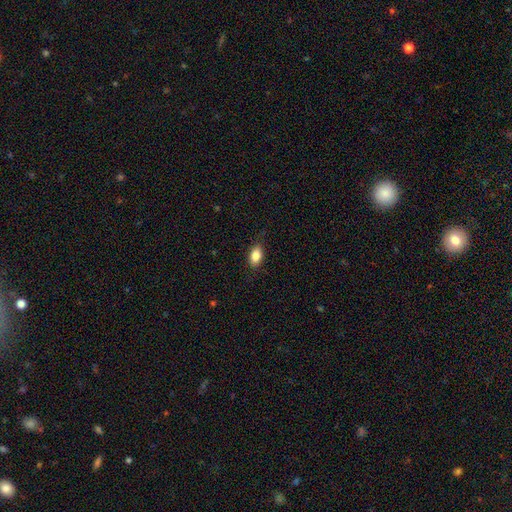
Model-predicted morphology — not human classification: Smooth or featured?
  - smooth: 87% *
  - star or artifact: 8%
  - featured or disk: 6%
How rounded?
  - in between: 89% *
  - round: 8%
  - cigar-shaped: 3%
Merging?
  - none: 82% *
  - minor disturbance: 14%
  - major disturbance: 3%
  - merger: 1%